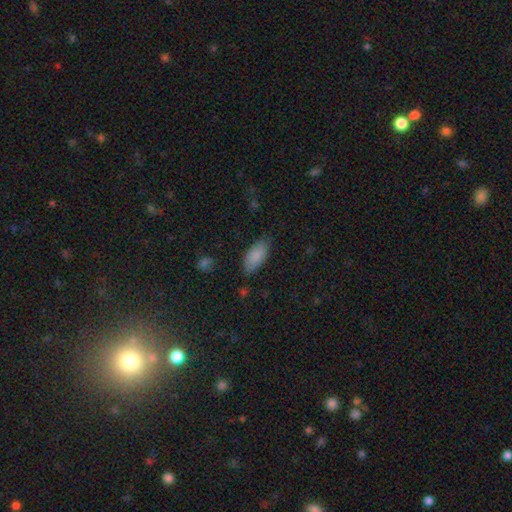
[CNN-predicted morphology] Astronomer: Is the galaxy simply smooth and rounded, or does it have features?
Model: smooth — 86%.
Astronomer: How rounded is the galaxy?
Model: in between — 89%.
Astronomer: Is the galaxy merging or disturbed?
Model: none — 77%.